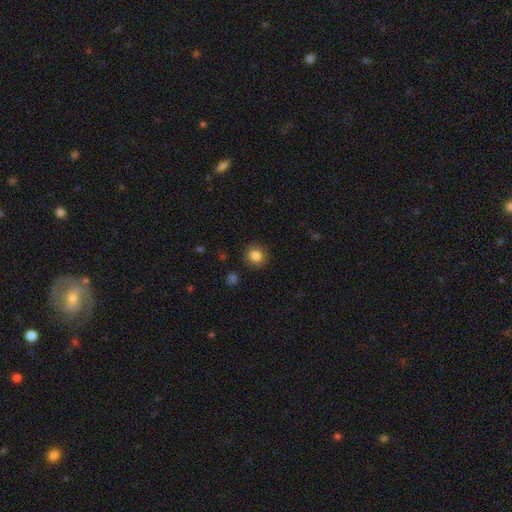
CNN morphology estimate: This appears to be a smooth galaxy with no disk features (84%) that is round (88%). Merging: none (90%).